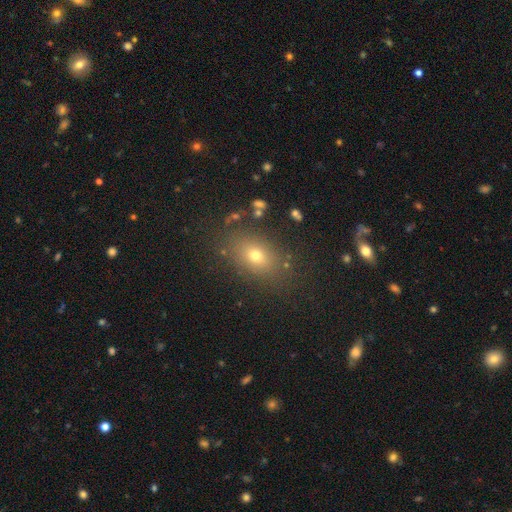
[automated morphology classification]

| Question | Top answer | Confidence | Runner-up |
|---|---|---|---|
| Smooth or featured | smooth | 68% | star or artifact (19%) |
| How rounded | in between | 69% | round (29%) |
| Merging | none | 83% | minor disturbance (10%) |